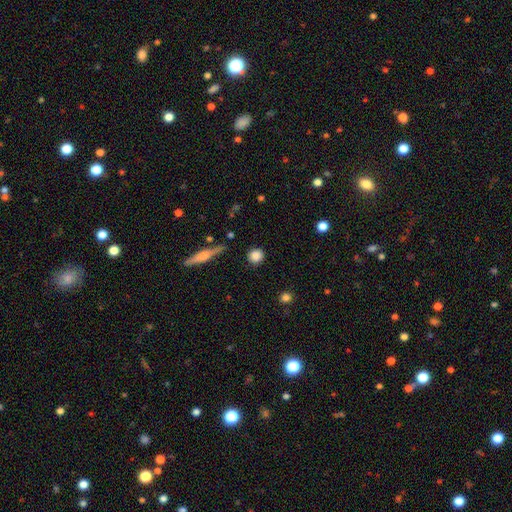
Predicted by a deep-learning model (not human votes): This appears to be a smooth galaxy with no disk features (84%) that is round (91%). Merging: none (88%).